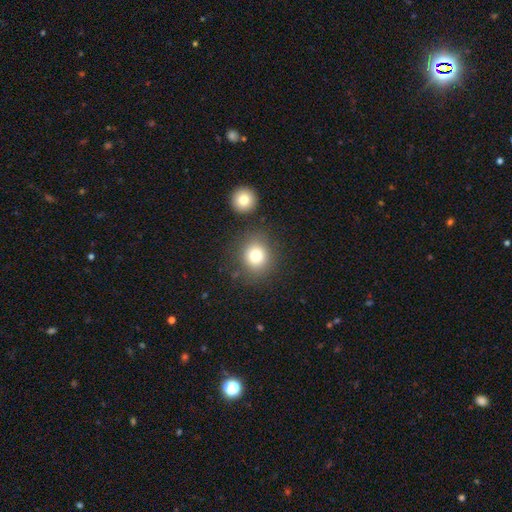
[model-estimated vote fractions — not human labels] Morphology: type=smooth (79%); roundness=round (80%); merging=none (76%).